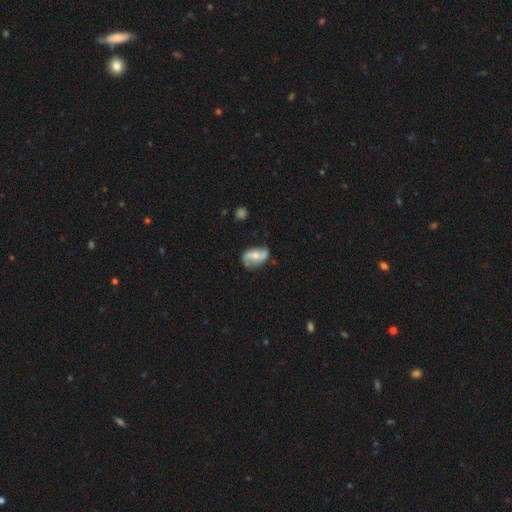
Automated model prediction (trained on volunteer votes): smooth_or_featured: featured or disk (p=0.72) [alt: smooth p=0.21]
disk_edge_on: no (p=0.96) [alt: yes p=0.04]
bar: no (p=0.44) [alt: weak p=0.35]
has_spiral_arms: yes (p=0.89) [alt: no p=0.11]
spiral_winding: loose (p=0.68) [alt: medium p=0.23]
spiral_arm_count: 2 (p=0.89) [alt: can't tell p=0.05]
bulge_size: moderate (p=0.54) [alt: small p=0.39]
merging: none (p=0.65) [alt: minor disturbance p=0.24]